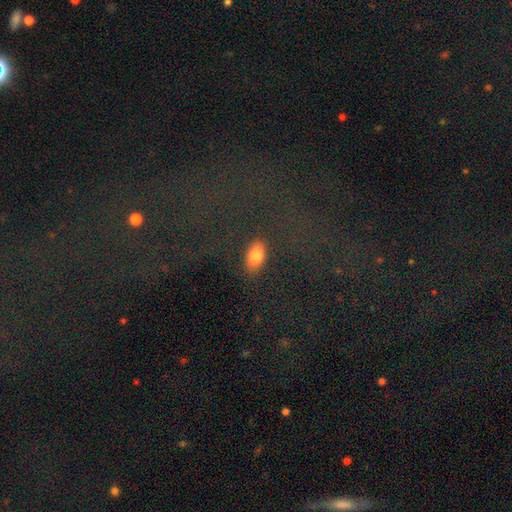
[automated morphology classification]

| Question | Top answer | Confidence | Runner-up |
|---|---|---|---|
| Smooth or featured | smooth | 80% | featured or disk (10%) |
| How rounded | in between | 89% | round (7%) |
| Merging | none | 87% | minor disturbance (9%) |